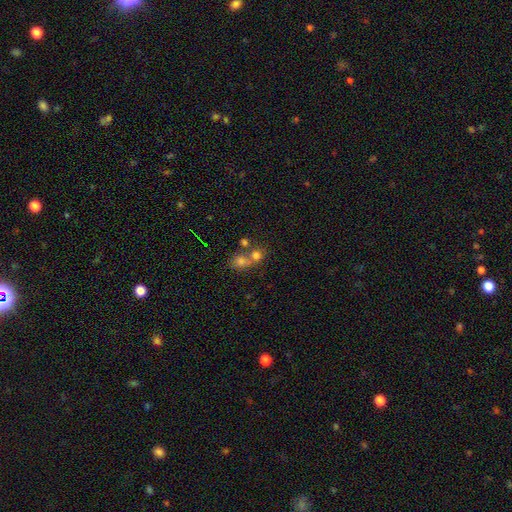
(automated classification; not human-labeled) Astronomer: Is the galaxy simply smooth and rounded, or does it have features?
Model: smooth — 69%.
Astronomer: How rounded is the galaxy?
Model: round — 79%.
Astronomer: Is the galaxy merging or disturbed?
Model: merger — 51% (runner-up: none, 39%).